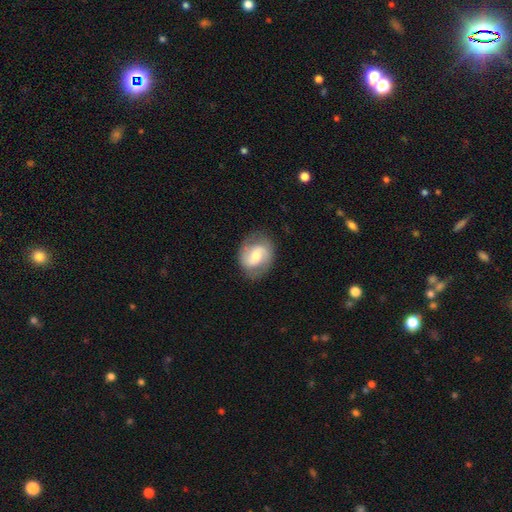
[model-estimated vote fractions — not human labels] Smooth or featured: featured or disk — 70% (smooth — 24%)
Edge-on disk: no — 97% (yes — 3%)
Bar: weak — 46% (no — 38%)
Spiral arms: yes — 90% (no — 10%)
Spiral winding: medium — 49% (tight — 29%)
Spiral arm count: 2 — 87% (can't tell — 7%)
Bulge size: moderate — 58% (small — 30%)
Merging: none — 79% (minor disturbance — 14%)